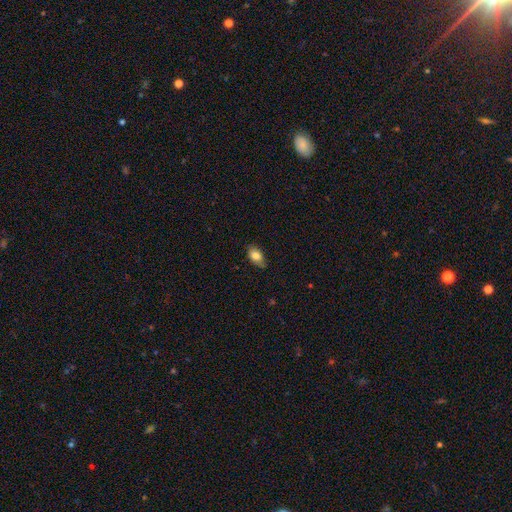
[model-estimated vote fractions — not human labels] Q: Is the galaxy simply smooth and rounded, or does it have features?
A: smooth — 82%.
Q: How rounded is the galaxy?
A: in between — 88%.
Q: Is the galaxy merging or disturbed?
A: none — 79%.